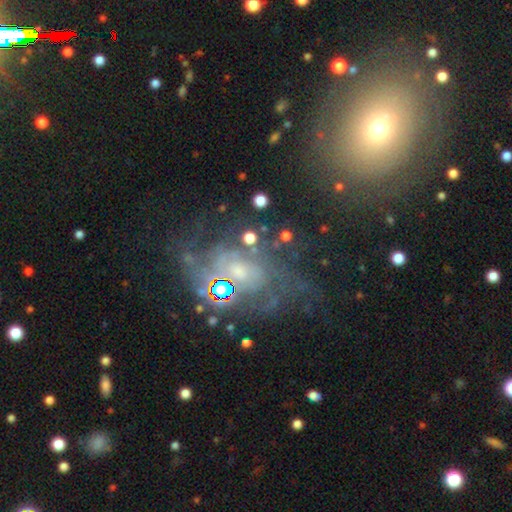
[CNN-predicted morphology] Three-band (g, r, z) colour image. It shows a featured or disk galaxy (68%) with no bar (62%), tight (50%) spiral arms (80%) and a small central bulge (48%). Merging: none (60%).